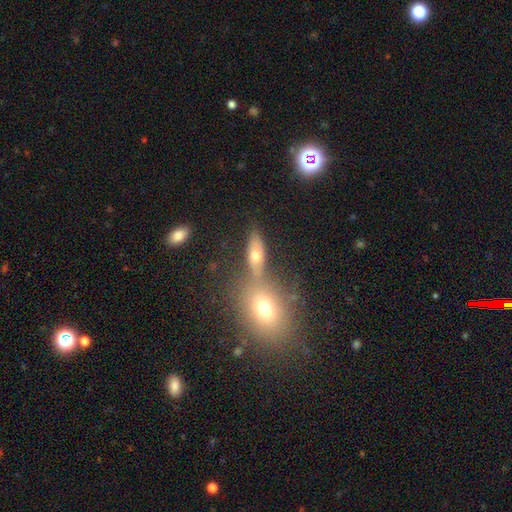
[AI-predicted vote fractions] Smooth or featured? Predicted: smooth (p=0.60). How rounded? Predicted: in between (p=0.69). Merging? Predicted: none (p=0.56).